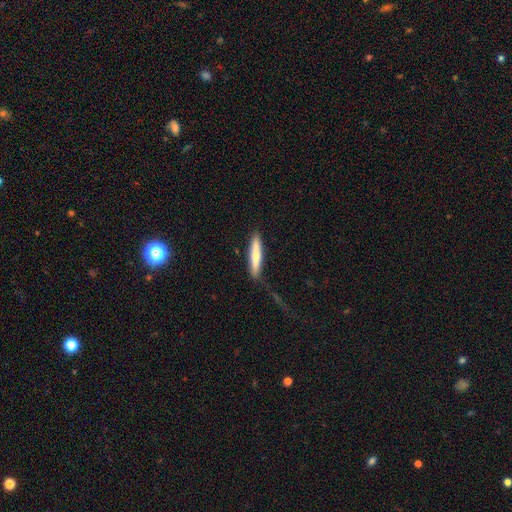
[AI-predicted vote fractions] Q: Smooth or featured?
A: smooth (60%); runner-up: featured or disk (34%)
Q: How rounded?
A: cigar-shaped (88%); runner-up: in between (10%)
Q: Merging?
A: none (75%); runner-up: minor disturbance (16%)